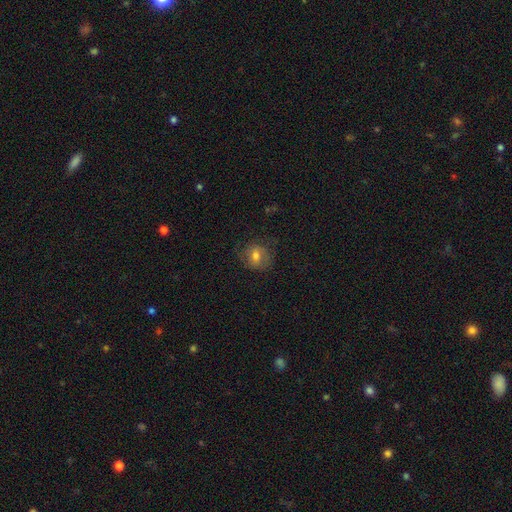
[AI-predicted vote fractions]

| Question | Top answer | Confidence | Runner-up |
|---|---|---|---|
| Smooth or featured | smooth | 63% | featured or disk (27%) |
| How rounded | round | 69% | in between (30%) |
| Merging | none | 69% | minor disturbance (19%) |